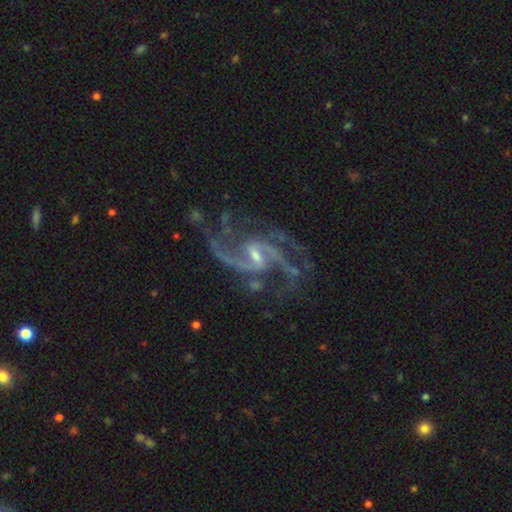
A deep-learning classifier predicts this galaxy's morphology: Smooth or featured? Predicted: featured or disk (p=0.92). Edge-on disk? Predicted: no (p=0.98). Bar? Predicted: weak (p=0.54). Spiral arms? Predicted: yes (p=0.98). Spiral winding? Predicted: medium (p=0.47). Spiral arm count? Predicted: 2 (p=0.65). Bulge size? Predicted: small (p=0.61). Merging? Predicted: none (p=0.65).